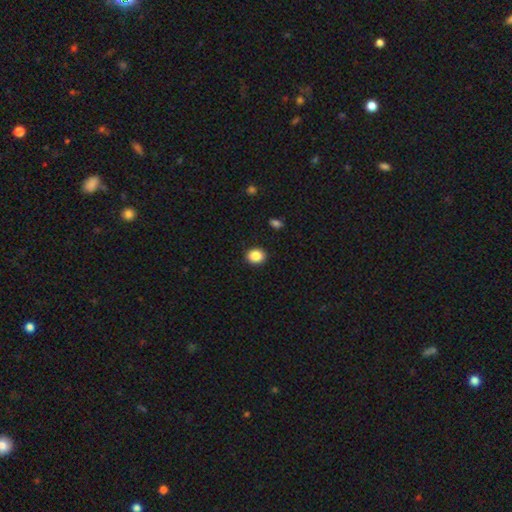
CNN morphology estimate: This appears to be a smooth galaxy with no disk features (88%) that is round (61%). Merging: none (91%).